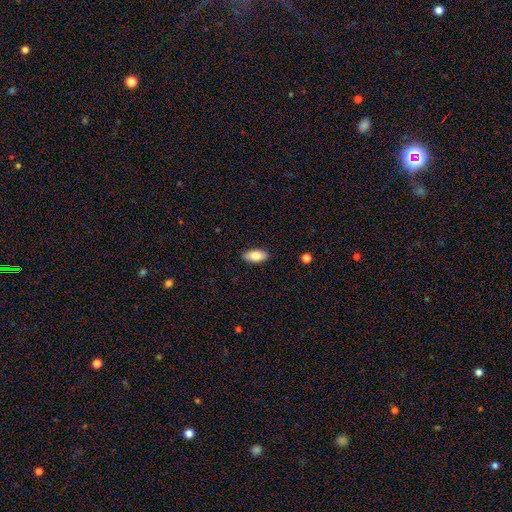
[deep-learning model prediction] The model was most divided on "smooth or featured": smooth: 80%, featured or disk: 13%, star or artifact: 7%. More confident: how rounded — in between (89%); merging — none (89%).